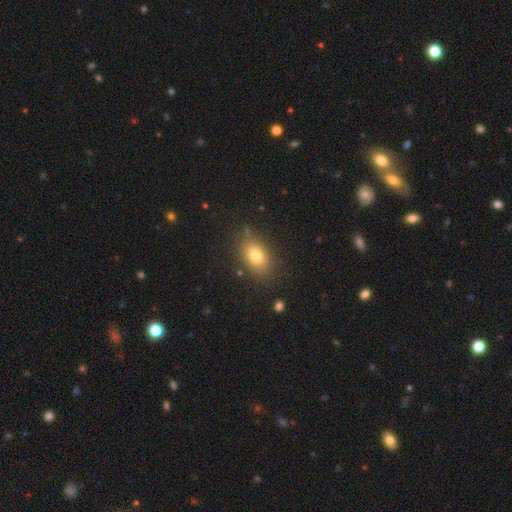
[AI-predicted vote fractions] This is likely a smooth galaxy (77%). How rounded: clearly in between (83%). Merging: clearly none (82%).